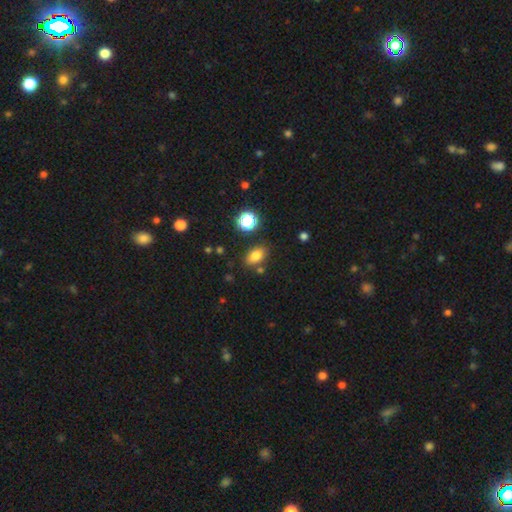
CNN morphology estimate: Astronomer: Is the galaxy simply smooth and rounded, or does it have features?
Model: smooth — 77%.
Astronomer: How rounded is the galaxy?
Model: in between — 82%.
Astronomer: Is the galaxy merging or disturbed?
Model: none — 79%.